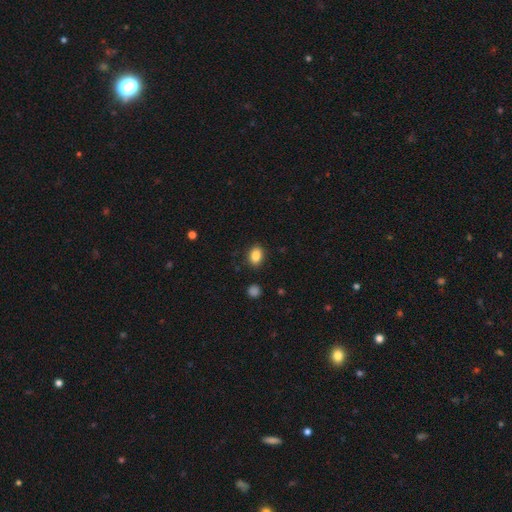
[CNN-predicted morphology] Smooth or featured? smooth (86%)
How rounded? in between (73%)
Merging? none (87%)